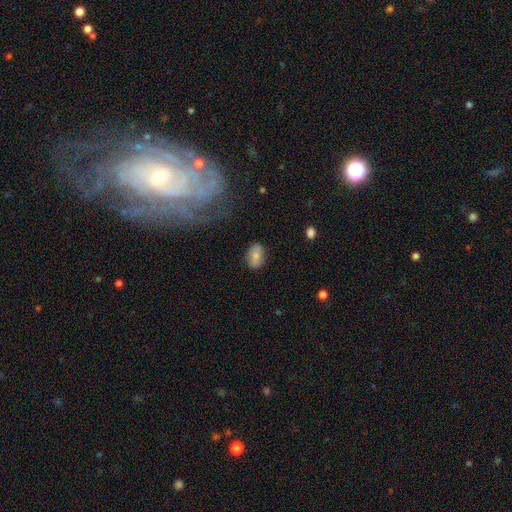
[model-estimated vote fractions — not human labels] Q: Smooth or featured?
A: smooth (73%); runner-up: featured or disk (19%)
Q: How rounded?
A: in between (87%); runner-up: round (10%)
Q: Merging?
A: none (81%); runner-up: minor disturbance (13%)